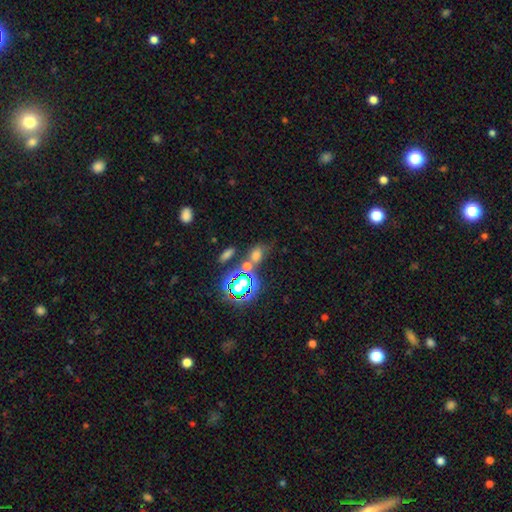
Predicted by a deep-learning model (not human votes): Q: Smooth or featured?
A: smooth (59%); runner-up: star or artifact (30%)
Q: How rounded?
A: in between (63%); runner-up: round (34%)
Q: Merging?
A: none (53%); runner-up: merger (25%)